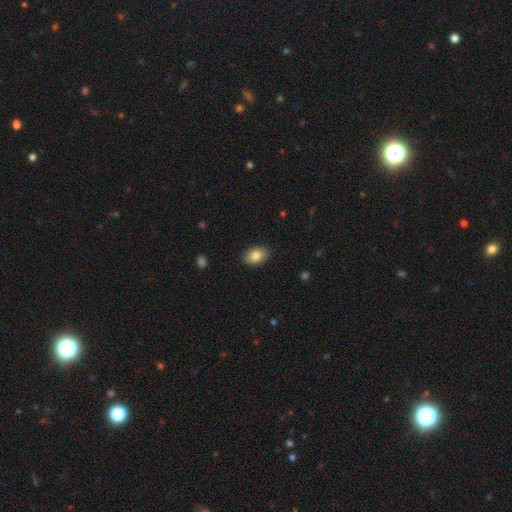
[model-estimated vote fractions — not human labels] Smooth or featured? Predicted: smooth (p=0.83). How rounded? Predicted: in between (p=0.85). Merging? Predicted: none (p=0.88).